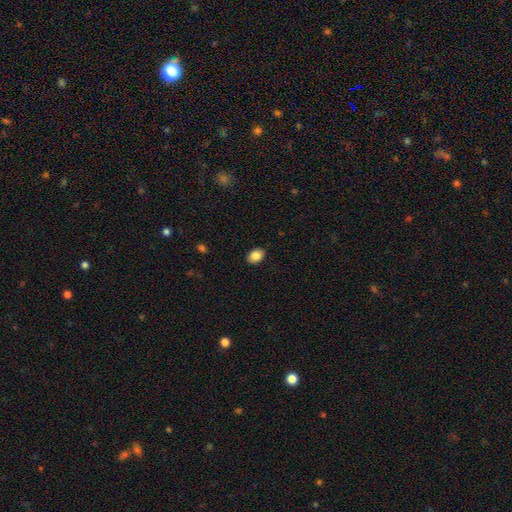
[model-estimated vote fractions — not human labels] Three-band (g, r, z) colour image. It shows a smooth galaxy with no disk features (87%) that is in between round and cigar-shaped (78%). Merging: none (89%).